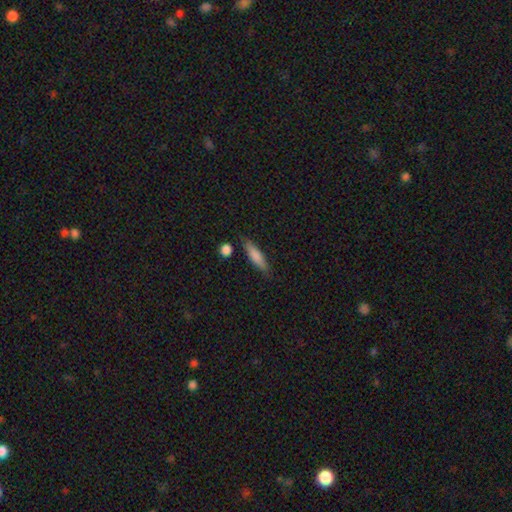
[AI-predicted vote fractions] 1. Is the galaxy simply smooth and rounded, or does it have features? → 79% smooth, 15% featured or disk, 6% star or artifact.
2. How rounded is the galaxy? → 72% cigar-shaped, 25% in between, 2% round.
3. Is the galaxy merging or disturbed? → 81% none, 12% minor disturbance, 4% merger, 3% major disturbance.